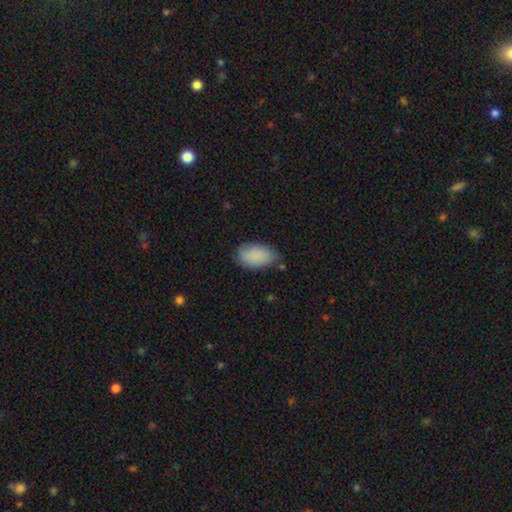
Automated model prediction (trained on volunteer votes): smooth 88%, star or artifact 7%, featured or disk 5%. Down the decision tree: how rounded — in between (94%); merging — none (67%).